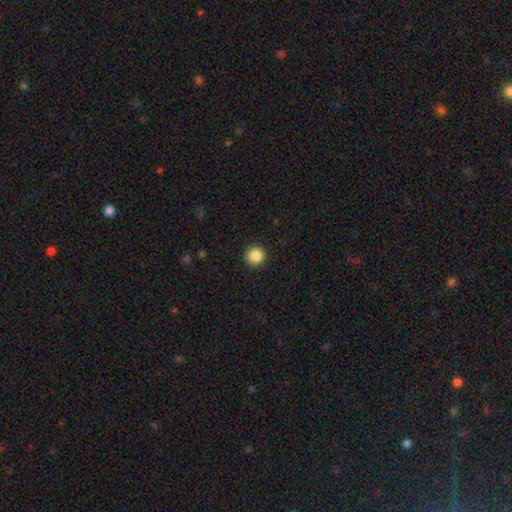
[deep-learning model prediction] smooth_or_featured: smooth (p=0.87) [alt: star or artifact p=0.10]
how_rounded: round (p=0.94) [alt: in between p=0.05]
merging: none (p=0.92) [alt: minor disturbance p=0.05]